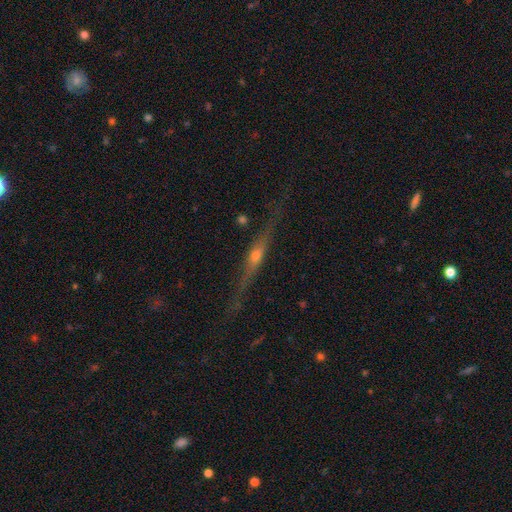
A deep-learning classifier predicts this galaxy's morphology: Smooth or featured?
  - featured or disk: 75% *
  - smooth: 16%
  - star or artifact: 9%
Edge-on disk?
  - yes: 95% *
  - no: 5%
Edge-on bulge?
  - rounded: 85% *
  - none: 8%
  - boxy: 7%
Merging?
  - none: 81% *
  - minor disturbance: 13%
  - major disturbance: 4%
  - merger: 2%